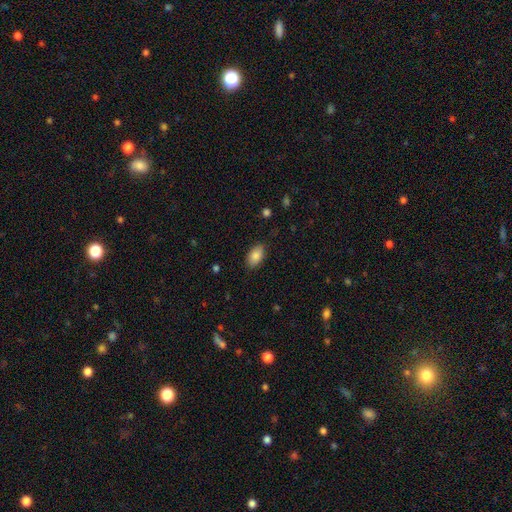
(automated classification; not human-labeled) The model was most divided on "merging": none: 85%, minor disturbance: 11%, major disturbance: 3%, merger: 1%. More confident: how rounded — in between (93%); smooth or featured — smooth (85%).